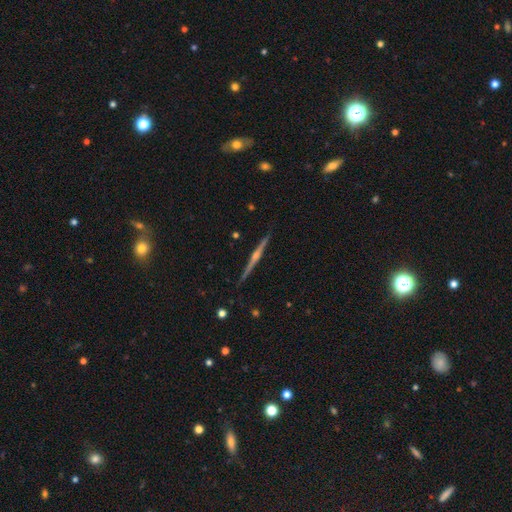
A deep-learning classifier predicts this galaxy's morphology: Smooth or featured?
  - featured or disk: 73% *
  - smooth: 15%
  - star or artifact: 11%
Edge-on disk?
  - yes: 97% *
  - no: 3%
Edge-on bulge?
  - rounded: 80% *
  - none: 12%
  - boxy: 8%
Merging?
  - none: 88% *
  - minor disturbance: 8%
  - major disturbance: 2%
  - merger: 2%